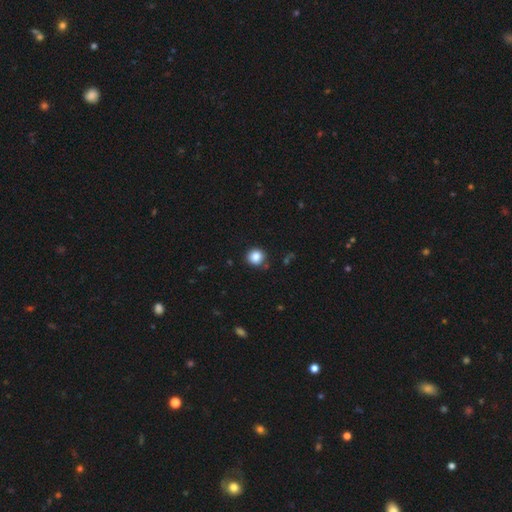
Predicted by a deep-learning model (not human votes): Morphology: type=smooth (85%); roundness=round (91%); merging=none (86%).